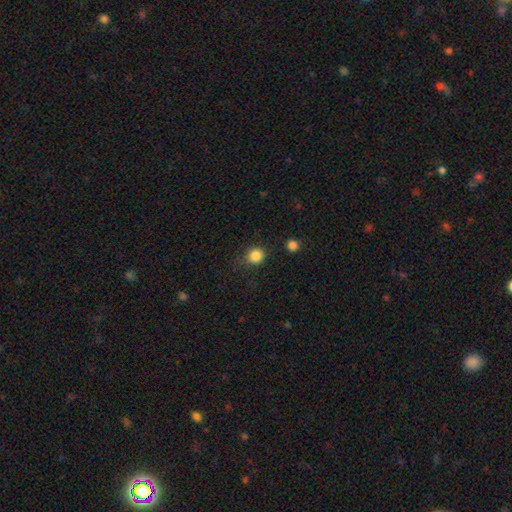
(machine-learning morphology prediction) smooth_or_featured: smooth (p=0.85) [alt: star or artifact p=0.12]
how_rounded: round (p=0.90) [alt: in between p=0.09]
merging: none (p=0.81) [alt: minor disturbance p=0.12]